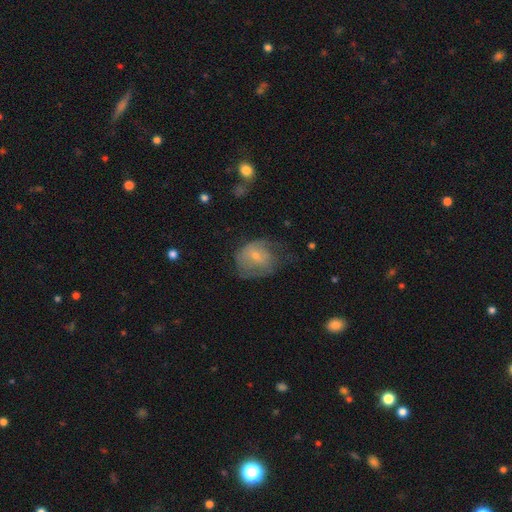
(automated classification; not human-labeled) Smooth or featured? featured or disk (53%)
Edge-on disk? no (97%)
Bar? no (62%)
Spiral arms? yes (68%)
Bulge size? small (60%)
Merging? none (39%)